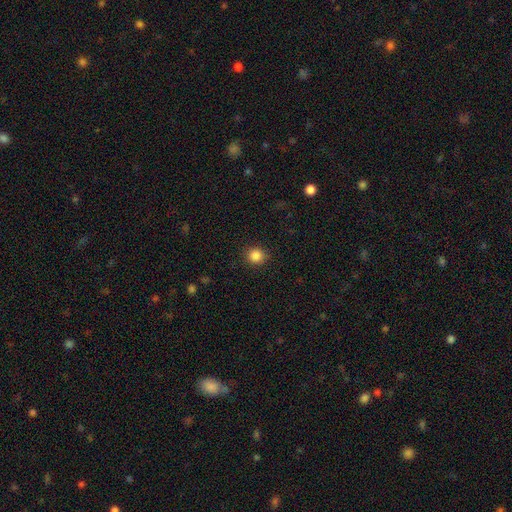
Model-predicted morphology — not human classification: This appears to be a smooth galaxy with no disk features (86%) that is round (90%). Merging: none (90%).